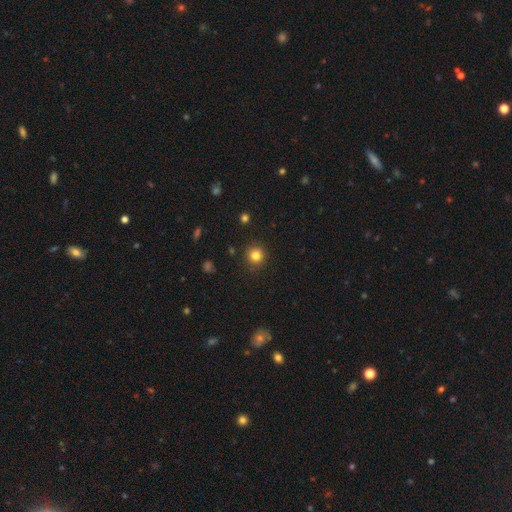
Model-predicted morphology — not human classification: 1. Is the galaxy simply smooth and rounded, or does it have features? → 82% smooth, 12% star or artifact, 5% featured or disk.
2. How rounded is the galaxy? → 93% round, 6% in between, 1% cigar-shaped.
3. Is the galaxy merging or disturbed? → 90% none, 7% minor disturbance, 2% major disturbance, 1% merger.